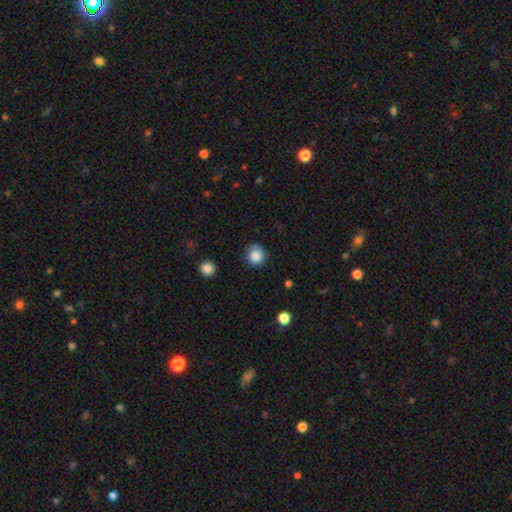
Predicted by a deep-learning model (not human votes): Smooth or featured: smooth — 86% (star or artifact — 9%)
How rounded: round — 87% (in between — 12%)
Merging: none — 76% (minor disturbance — 18%)